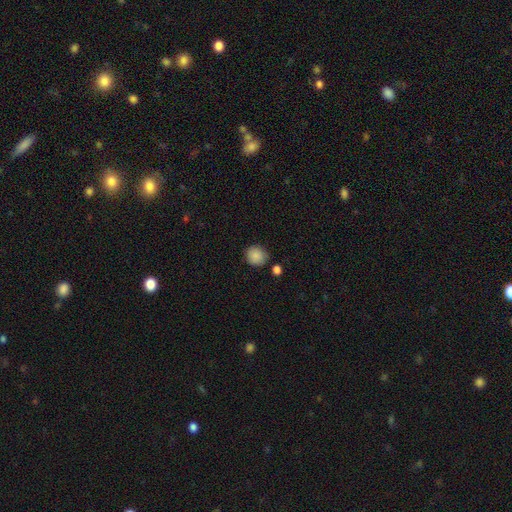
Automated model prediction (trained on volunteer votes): Smooth or featured? smooth (88%)
How rounded? round (88%)
Merging? none (84%)